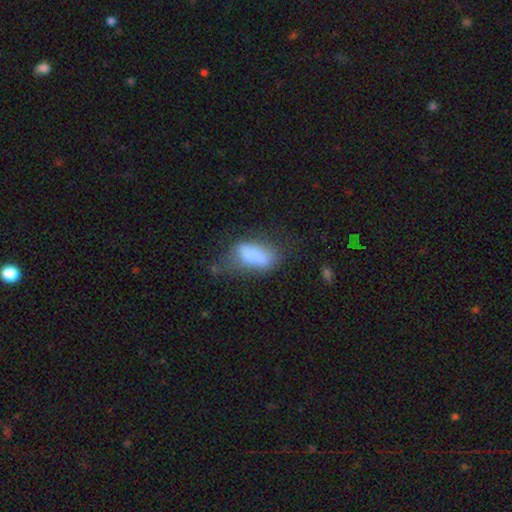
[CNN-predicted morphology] Smooth or featured? smooth (75%)
How rounded? in between (86%)
Merging? none (34%)